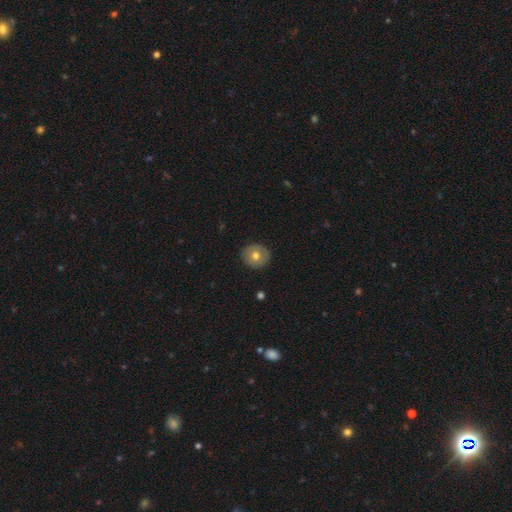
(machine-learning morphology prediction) Smooth or featured? smooth (63%)
How rounded? round (87%)
Merging? none (88%)